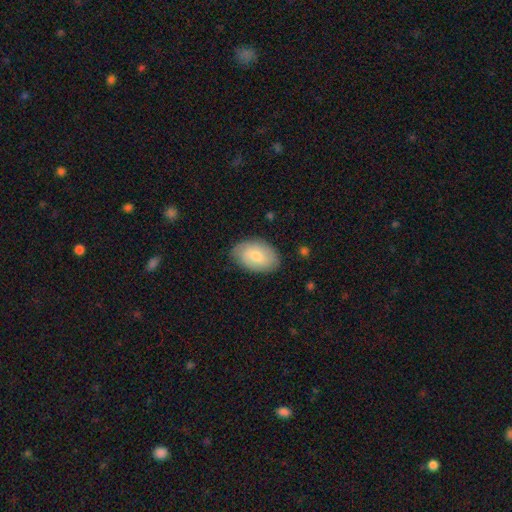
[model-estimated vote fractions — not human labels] Smooth or featured: smooth — 72% (featured or disk — 22%)
How rounded: in between — 88% (round — 11%)
Merging: none — 80% (minor disturbance — 15%)